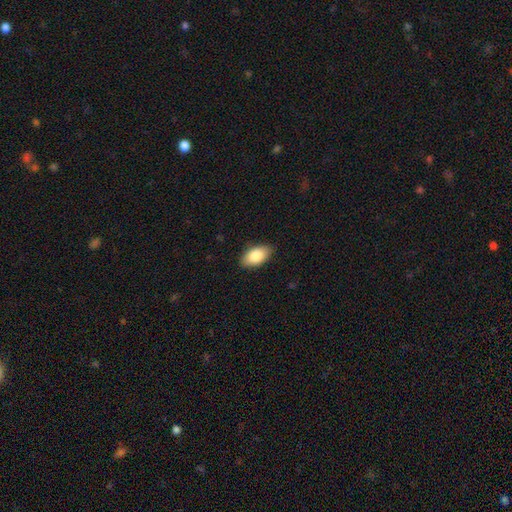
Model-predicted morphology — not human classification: smooth-or-featured: smooth: 85% | featured or disk: 8% | star or artifact: 6%
  how-rounded: in between: 94% | round: 3% | cigar-shaped: 2%
  merging: none: 86% | minor disturbance: 11% | major disturbance: 2% | merger: 1%